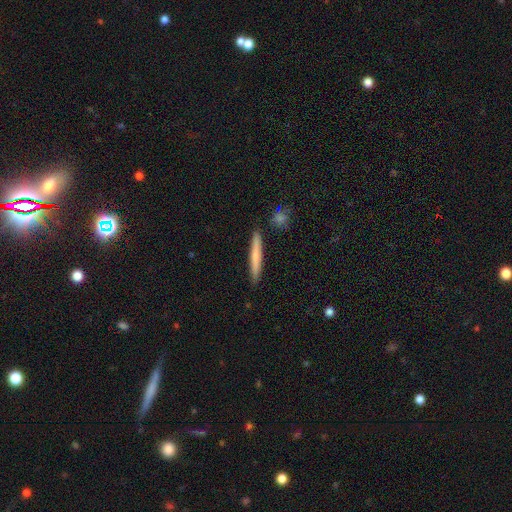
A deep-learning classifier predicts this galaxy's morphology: A smooth galaxy with no disk features (67%) that is cigar-shaped (96%).

Vote fractions:
- Smooth or featured? smooth: 67% / featured or disk: 27% / star or artifact: 6%
- How rounded? cigar-shaped: 96% / in between: 3% / round: 1%
- Merging? none: 90% / minor disturbance: 7% / merger: 2% / major disturbance: 1%